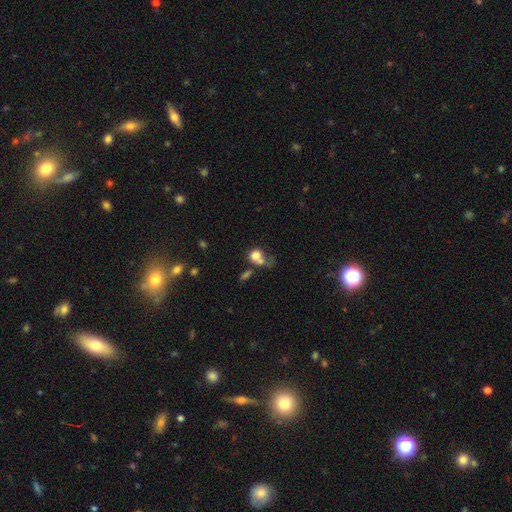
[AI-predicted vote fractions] A smooth galaxy with no disk features (73%) that is round (69%). Merging: merger (44%).